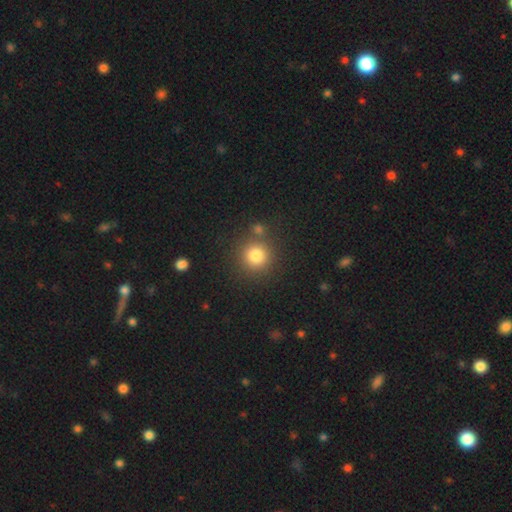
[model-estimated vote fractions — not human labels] Morphology: type=smooth (81%); roundness=round (93%); merging=none (80%).